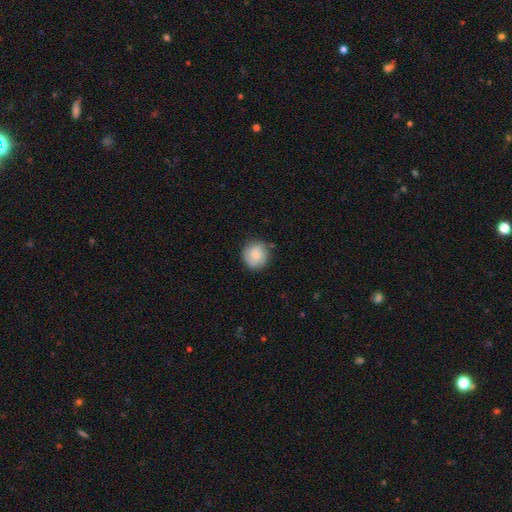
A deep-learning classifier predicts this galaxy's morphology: type=smooth (80%); roundness=round (90%); merging=none (81%).